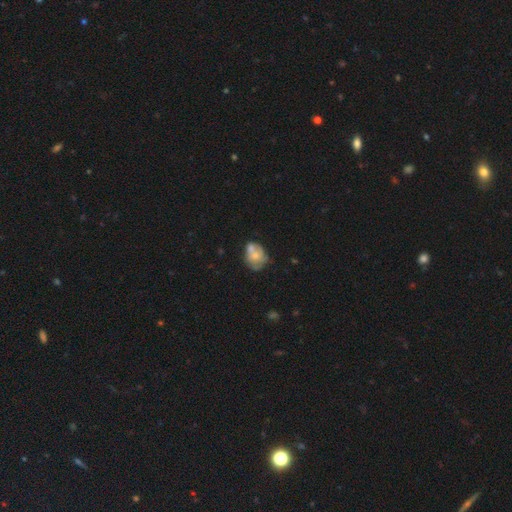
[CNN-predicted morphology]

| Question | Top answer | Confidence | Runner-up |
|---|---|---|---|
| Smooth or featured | smooth | 53% | featured or disk (39%) |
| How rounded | in between | 56% | round (43%) |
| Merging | none | 38% | minor disturbance (25%) |